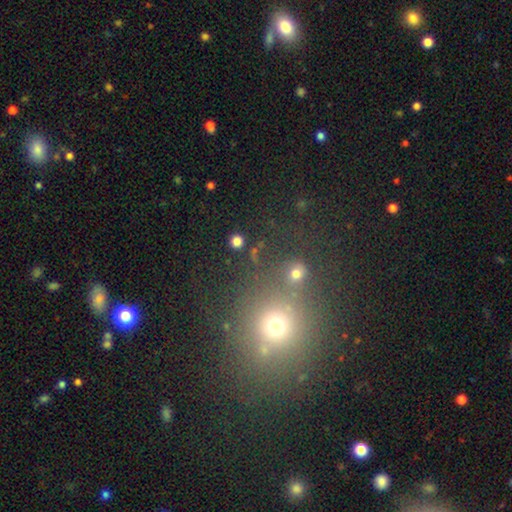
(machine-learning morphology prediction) type=smooth (51%); roundness=round (84%); merging=none (75%).